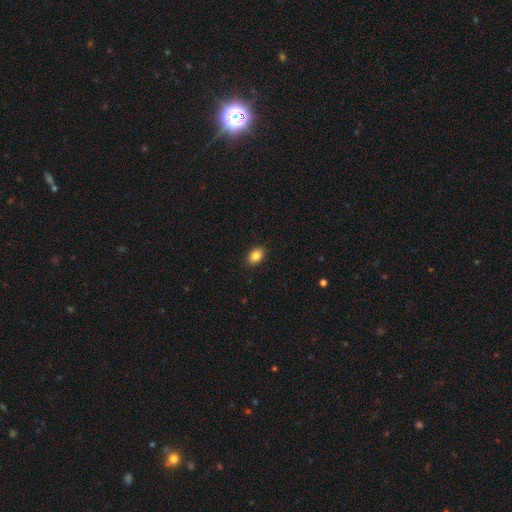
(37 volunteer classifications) A smooth galaxy with no disk features (84%) that is in between round and cigar-shaped (87%). Merging: none (89%).